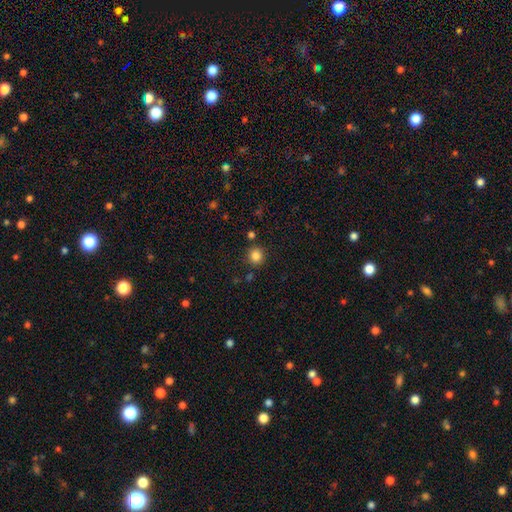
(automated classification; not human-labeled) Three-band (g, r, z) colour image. It shows a smooth galaxy with no disk features (84%) that is round (93%). Merging: none (87%).